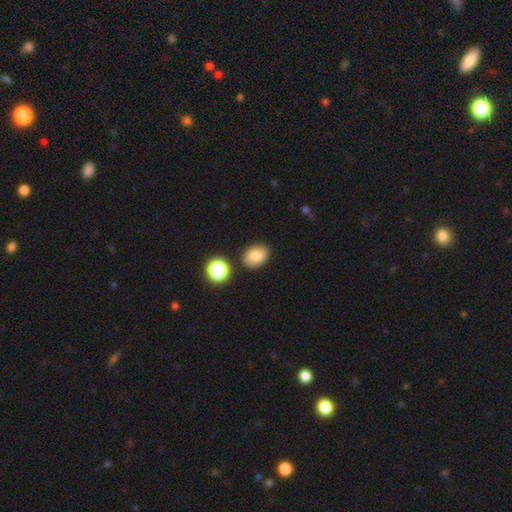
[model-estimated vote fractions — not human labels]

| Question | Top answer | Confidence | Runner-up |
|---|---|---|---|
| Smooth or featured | smooth | 80% | star or artifact (11%) |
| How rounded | in between | 67% | round (32%) |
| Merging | none | 82% | minor disturbance (11%) |